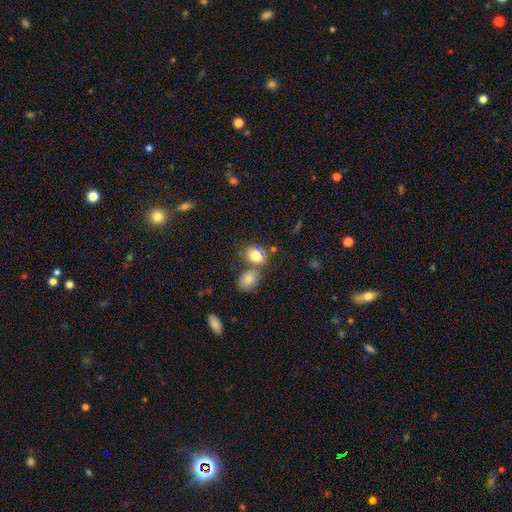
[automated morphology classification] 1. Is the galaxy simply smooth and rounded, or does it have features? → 78% smooth, 11% star or artifact, 11% featured or disk.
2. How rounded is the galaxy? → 56% in between, 43% round, 1% cigar-shaped.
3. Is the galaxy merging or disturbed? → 48% none, 35% merger, 12% minor disturbance, 5% major disturbance.